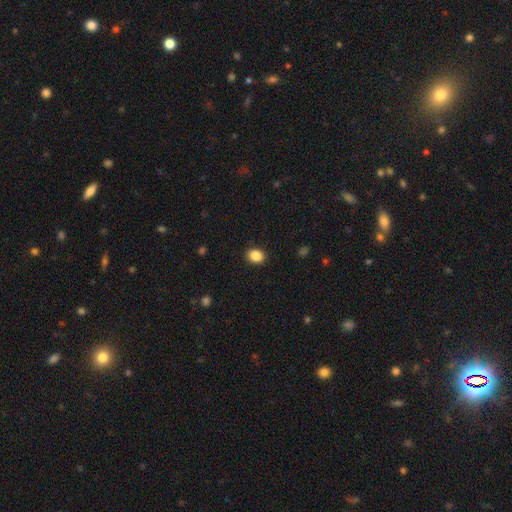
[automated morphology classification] Smooth or featured? Predicted: smooth (p=0.88). How rounded? Predicted: in between (p=0.56). Merging? Predicted: none (p=0.89).